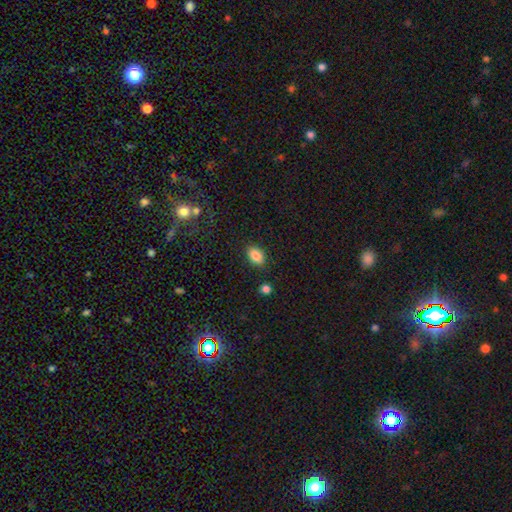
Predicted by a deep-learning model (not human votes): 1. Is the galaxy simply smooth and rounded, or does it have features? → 86% smooth, 9% star or artifact, 6% featured or disk.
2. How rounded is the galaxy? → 85% in between, 13% round, 1% cigar-shaped.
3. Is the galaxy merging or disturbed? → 85% none, 10% minor disturbance, 2% major disturbance, 2% merger.